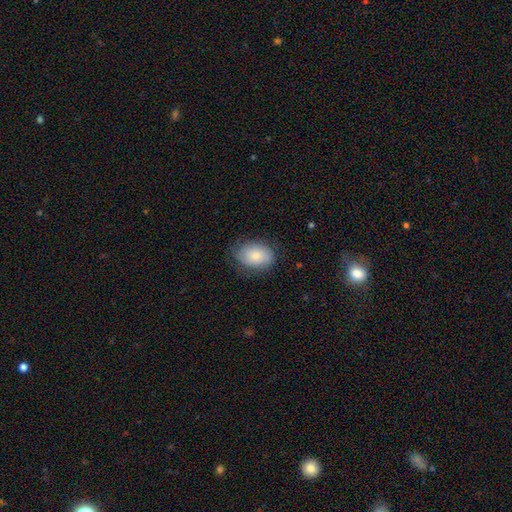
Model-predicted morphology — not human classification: The model was most divided on "merging": none: 72%, minor disturbance: 21%, major disturbance: 6%, merger: 1%. More confident: how rounded — in between (77%); smooth or featured — smooth (75%).